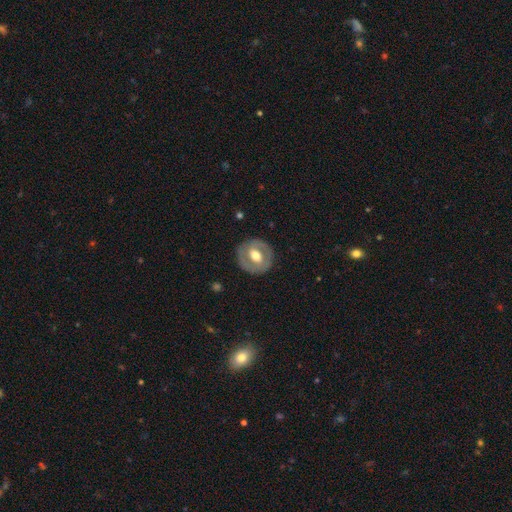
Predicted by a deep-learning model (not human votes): Smooth or featured? featured or disk (53%)
Edge-on disk? no (94%)
Bar? no (45%)
Spiral arms? no (74%)
Bulge size? moderate (68%)
Merging? none (84%)